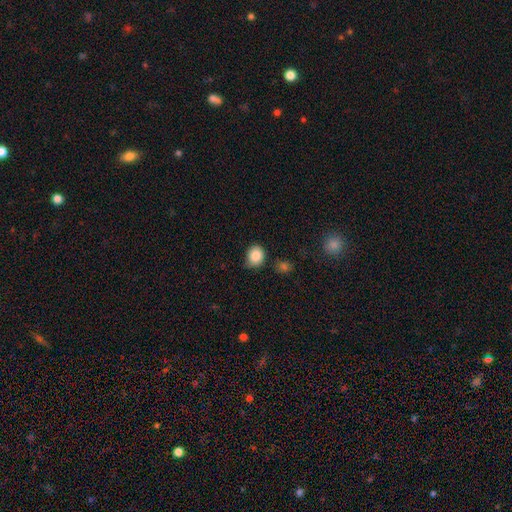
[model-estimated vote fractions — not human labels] Smooth or featured?
  - smooth: 86% *
  - star or artifact: 9%
  - featured or disk: 5%
How rounded?
  - round: 71% *
  - in between: 28%
  - cigar-shaped: 1%
Merging?
  - none: 65% *
  - minor disturbance: 27%
  - major disturbance: 5%
  - merger: 4%